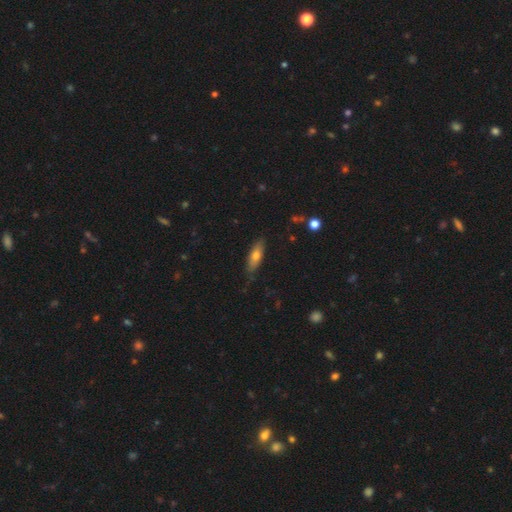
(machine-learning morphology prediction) Smooth or featured: smooth — 67% (featured or disk — 27%)
How rounded: in between — 52% (cigar-shaped — 46%)
Merging: none — 78% (minor disturbance — 18%)